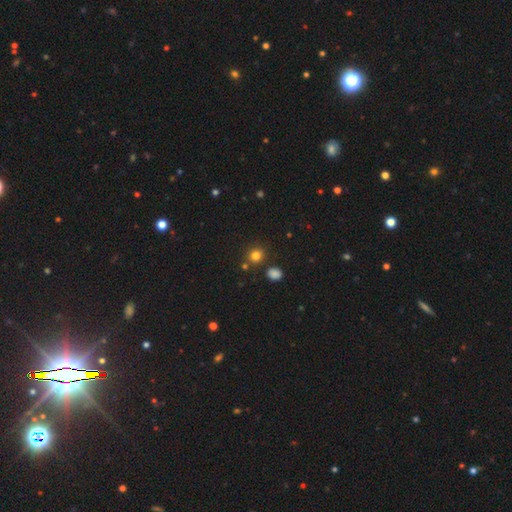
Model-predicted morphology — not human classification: Smooth or featured? smooth (81%)
How rounded? round (83%)
Merging? none (80%)